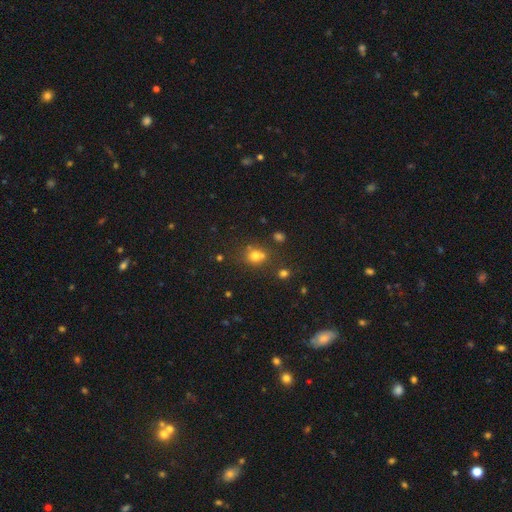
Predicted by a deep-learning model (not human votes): Smooth or featured?
  - smooth: 69% *
  - star or artifact: 19%
  - featured or disk: 12%
How rounded?
  - round: 70% *
  - in between: 29%
  - cigar-shaped: 1%
Merging?
  - none: 49% *
  - merger: 31%
  - minor disturbance: 13%
  - major disturbance: 6%